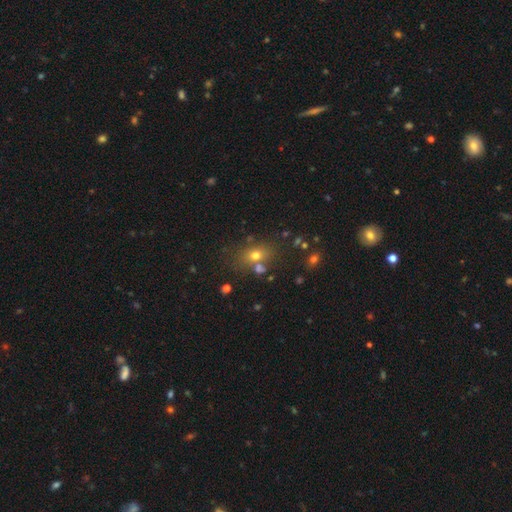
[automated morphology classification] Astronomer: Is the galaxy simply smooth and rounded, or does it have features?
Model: smooth — 68%.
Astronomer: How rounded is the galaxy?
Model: in between — 60% (runner-up: round, 38%).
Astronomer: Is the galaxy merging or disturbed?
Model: none — 62%.